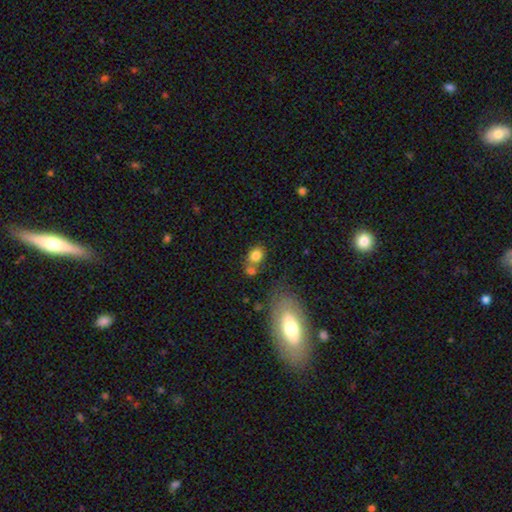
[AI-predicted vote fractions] Overall: smooth (80%). How rounded: in between (51%; round 48%). Merging: none (46%; merger 35%).